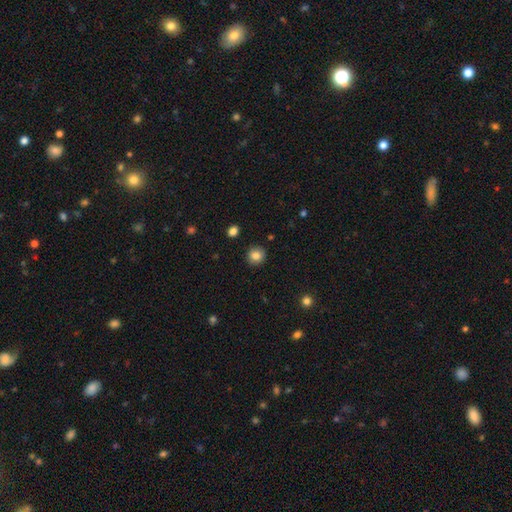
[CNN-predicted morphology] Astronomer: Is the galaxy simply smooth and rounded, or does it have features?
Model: smooth — 85%.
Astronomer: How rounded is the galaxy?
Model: round — 92%.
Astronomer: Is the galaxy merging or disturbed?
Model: none — 91%.